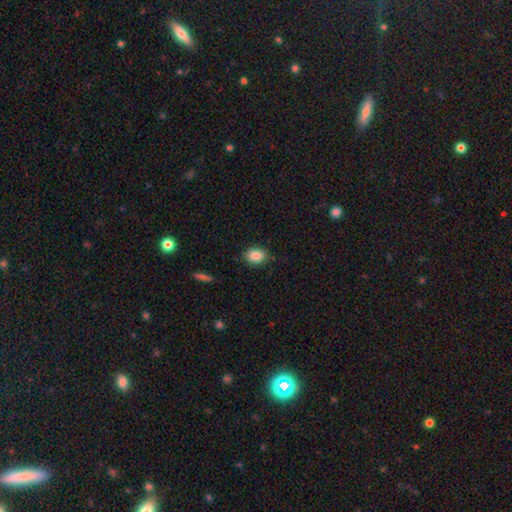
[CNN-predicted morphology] This appears to be a smooth galaxy with no disk features (85%) that is in between round and cigar-shaped (64%). Merging: none (85%).